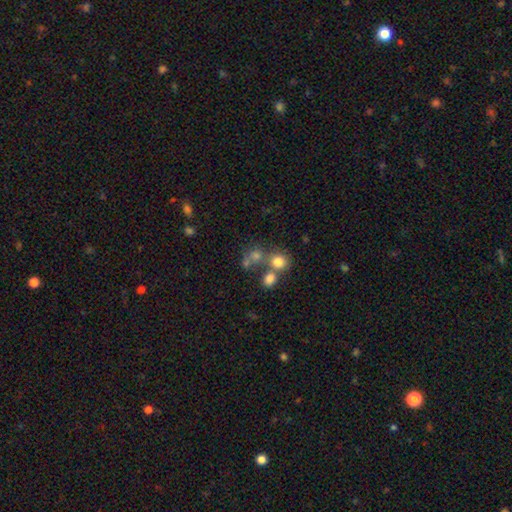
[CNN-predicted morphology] type=smooth (70%); roundness=round (80%); merging=none (49%).